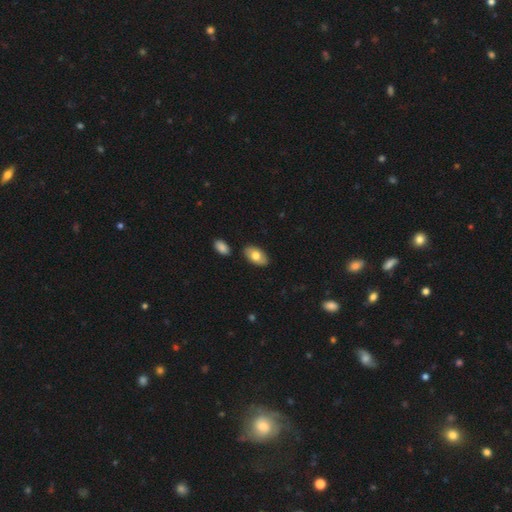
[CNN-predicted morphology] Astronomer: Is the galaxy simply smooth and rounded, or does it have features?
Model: smooth — 73%.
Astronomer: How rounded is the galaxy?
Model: in between — 94%.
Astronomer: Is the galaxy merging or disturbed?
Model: none — 84%.